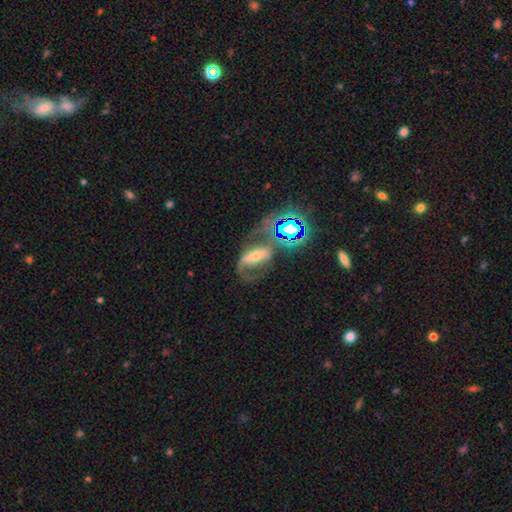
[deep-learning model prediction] Smooth or featured: featured or disk — 70% (star or artifact — 16%)
Edge-on disk: no — 92% (yes — 8%)
Bar: strong — 59% (weak — 22%)
Spiral arms: yes — 84% (no — 16%)
Spiral winding: loose — 51% (medium — 37%)
Spiral arm count: 2 — 80% (1 — 12%)
Bulge size: small — 44% (moderate — 42%)
Merging: none — 52% (major disturbance — 23%)